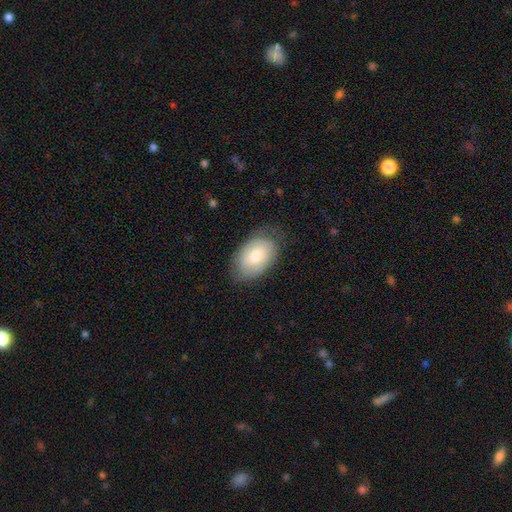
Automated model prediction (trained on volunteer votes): This appears to be a smooth galaxy with no disk features (62%) that is in between round and cigar-shaped (89%). Merging: none (72%).